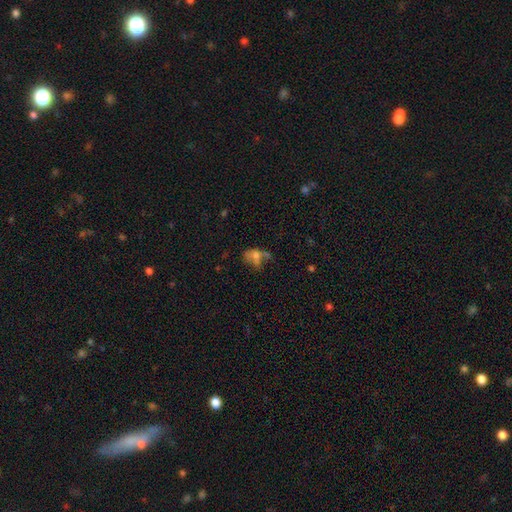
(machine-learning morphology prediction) smooth_or_featured: smooth (p=0.52) [alt: featured or disk p=0.29]
how_rounded: in between (p=0.68) [alt: round p=0.27]
merging: merger (p=0.28) [tied with: none p=0.28]